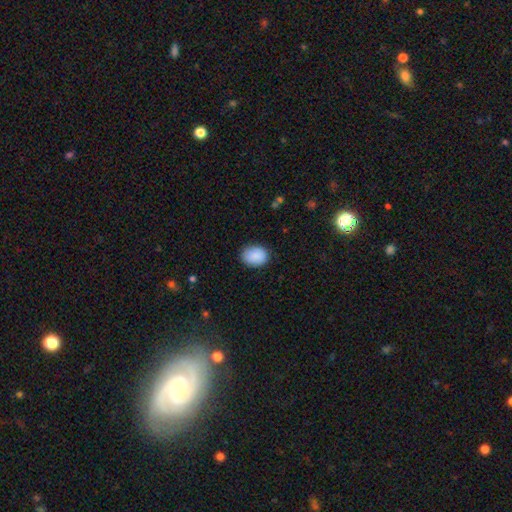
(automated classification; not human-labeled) Smooth or featured? Predicted: smooth (p=0.90). How rounded? Predicted: in between (p=0.68). Merging? Predicted: none (p=0.85).